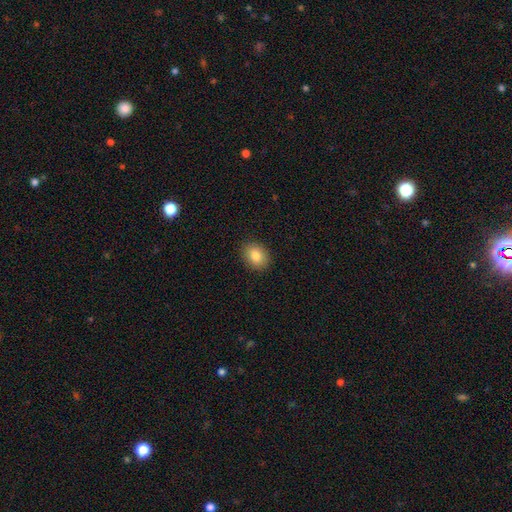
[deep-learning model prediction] This appears to be a smooth galaxy with no disk features (83%) that is in between round and cigar-shaped (50%). Merging: none (90%).